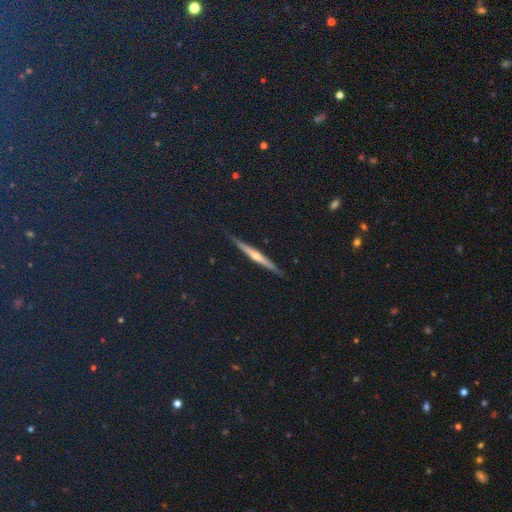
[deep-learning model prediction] smooth-or-featured: featured or disk: 57% | smooth: 23% | star or artifact: 20%
  disk-edge-on: yes: 95% | no: 5%
    edge-on-bulge: rounded: 77% | none: 16% | boxy: 7%
  merging: none: 90% | minor disturbance: 7% | major disturbance: 2% | merger: 2%